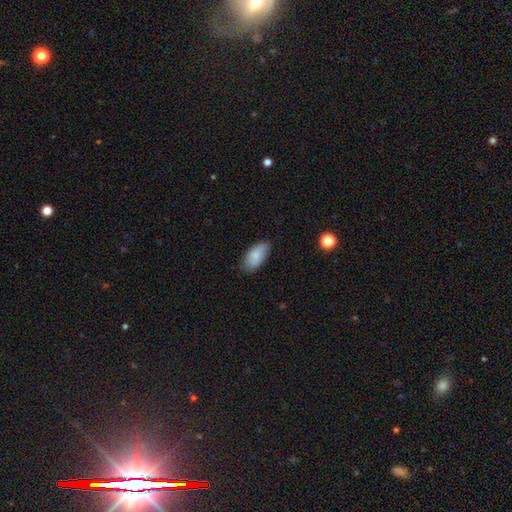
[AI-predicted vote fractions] Smooth or featured?
  - smooth: 83% *
  - featured or disk: 10%
  - star or artifact: 6%
How rounded?
  - in between: 94% *
  - cigar-shaped: 4%
  - round: 3%
Merging?
  - none: 81% *
  - minor disturbance: 15%
  - major disturbance: 3%
  - merger: 1%